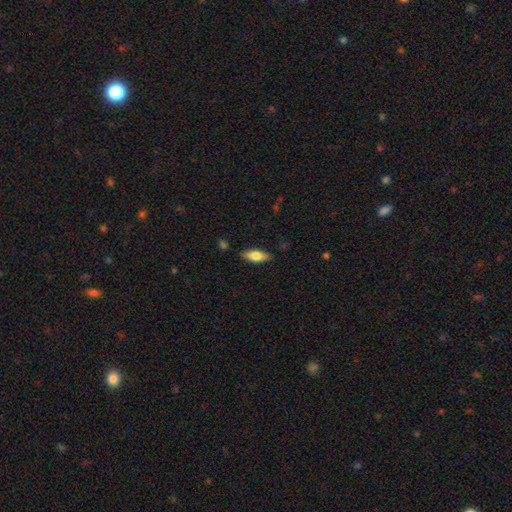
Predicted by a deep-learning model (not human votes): The model was most divided on "smooth or featured": smooth: 69%, featured or disk: 25%, star or artifact: 6%. More confident: merging — none (85%); how rounded — in between (74%).